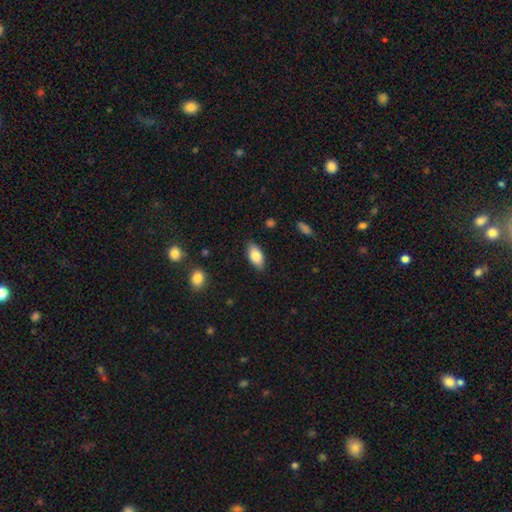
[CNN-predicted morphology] smooth 83%, featured or disk 10%, star or artifact 7%. Down the decision tree: how rounded — in between (91%); merging — none (85%).